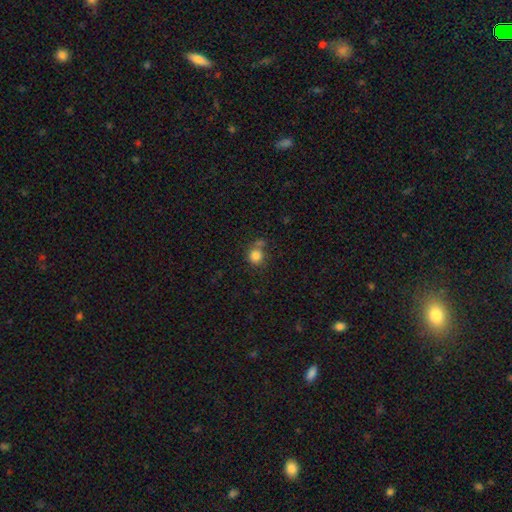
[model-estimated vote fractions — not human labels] Smooth or featured? Predicted: smooth (p=0.83). How rounded? Predicted: round (p=0.90). Merging? Predicted: none (p=0.64).